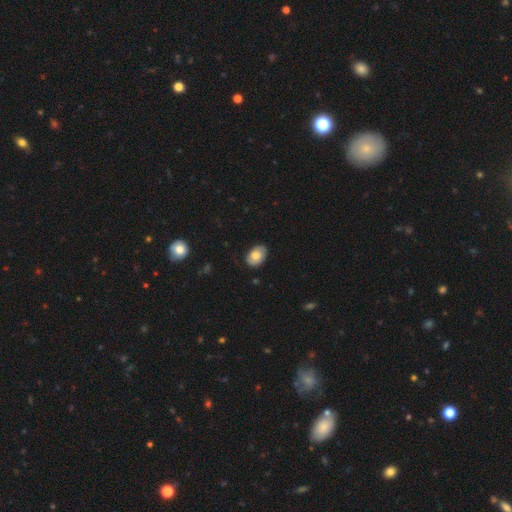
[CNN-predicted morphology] Smooth or featured: smooth — 74% (featured or disk — 19%)
How rounded: in between — 82% (round — 17%)
Merging: none — 82% (minor disturbance — 14%)